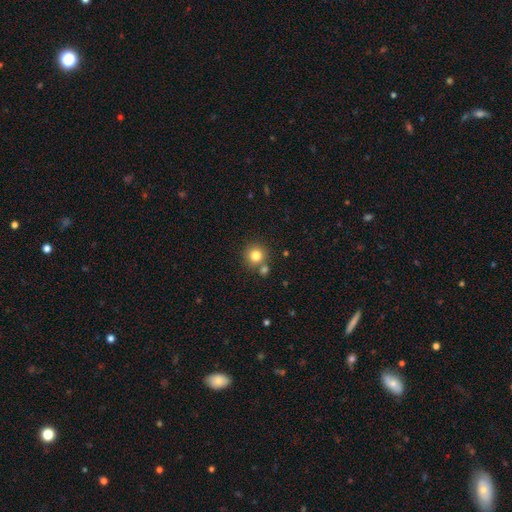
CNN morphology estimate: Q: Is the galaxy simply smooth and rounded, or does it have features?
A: smooth — 81%.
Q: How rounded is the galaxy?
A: round — 93%.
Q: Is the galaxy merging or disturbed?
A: none — 73%.